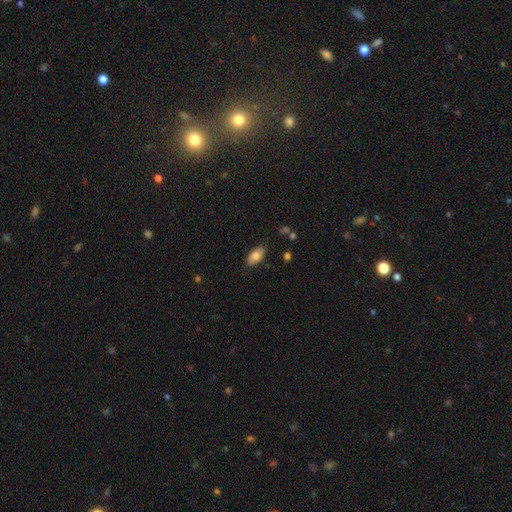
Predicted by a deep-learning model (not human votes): Smooth or featured? Predicted: smooth (p=0.79). How rounded? Predicted: in between (p=0.94). Merging? Predicted: none (p=0.83).